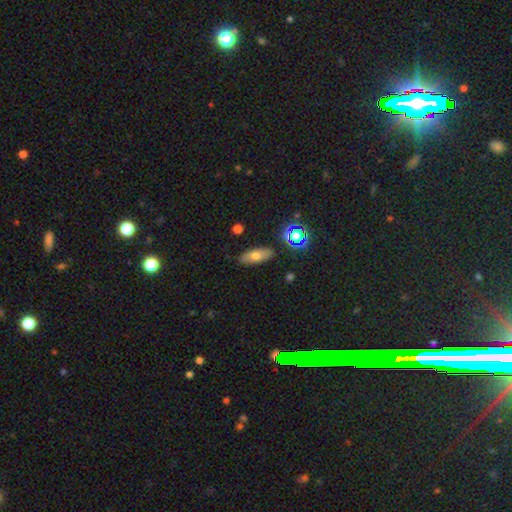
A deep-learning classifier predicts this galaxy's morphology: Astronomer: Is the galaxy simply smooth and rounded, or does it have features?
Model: smooth — 67%.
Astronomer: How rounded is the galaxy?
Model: in between — 76%.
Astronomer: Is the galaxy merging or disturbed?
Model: none — 86%.